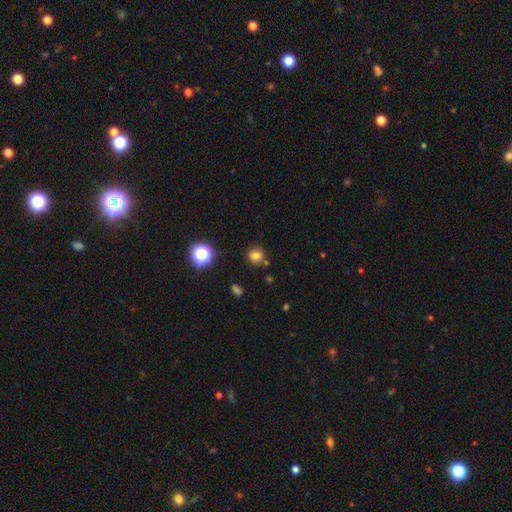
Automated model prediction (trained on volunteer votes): This appears to be a smooth galaxy with no disk features (77%) that is round (85%). Merging: none (81%).